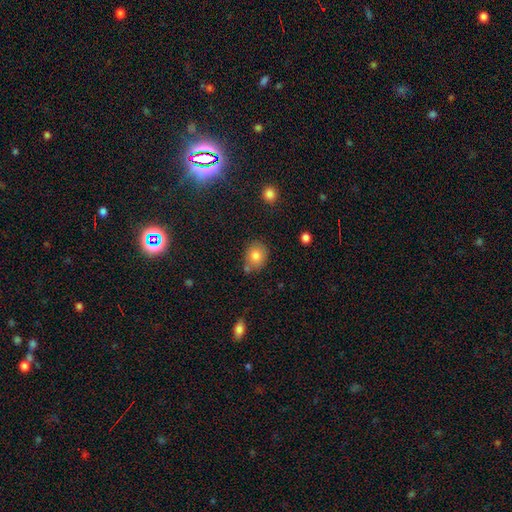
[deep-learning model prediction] Q: Smooth or featured?
A: smooth (81%); runner-up: featured or disk (9%)
Q: How rounded?
A: round (62%); runner-up: in between (38%)
Q: Merging?
A: none (69%); runner-up: minor disturbance (16%)